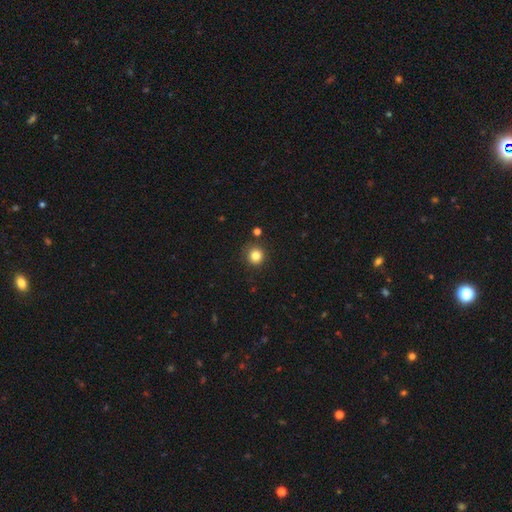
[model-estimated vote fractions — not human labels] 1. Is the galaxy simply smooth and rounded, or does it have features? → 83% smooth, 12% star or artifact, 5% featured or disk.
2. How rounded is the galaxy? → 93% round, 6% in between, 1% cigar-shaped.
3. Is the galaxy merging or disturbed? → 86% none, 9% minor disturbance, 3% merger, 3% major disturbance.